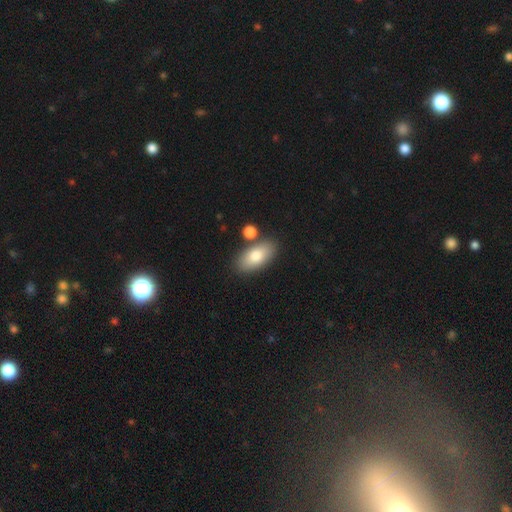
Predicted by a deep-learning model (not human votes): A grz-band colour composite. It shows a smooth galaxy with no disk features (78%) that is in between round and cigar-shaped (91%). Merging: none (76%).